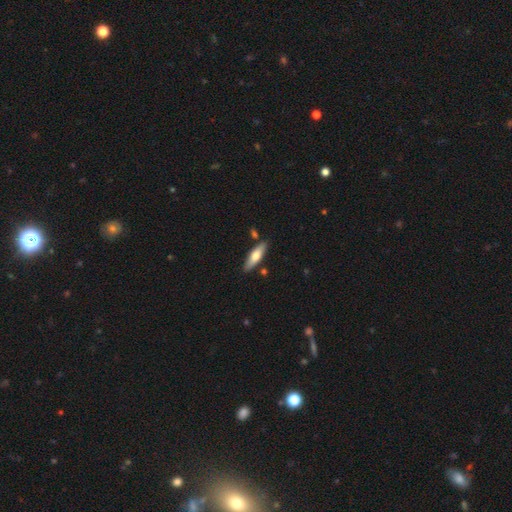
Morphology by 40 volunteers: Smooth or featured: smooth — 50% (featured or disk — 42%)
How rounded: cigar-shaped — 80% (in between — 20%)
Merging: none — 92% (minor disturbance — 8%)